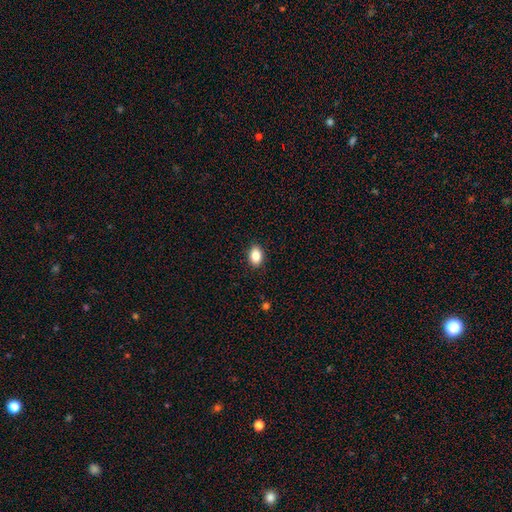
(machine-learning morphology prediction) Smooth or featured? smooth (86%)
How rounded? in between (83%)
Merging? none (89%)